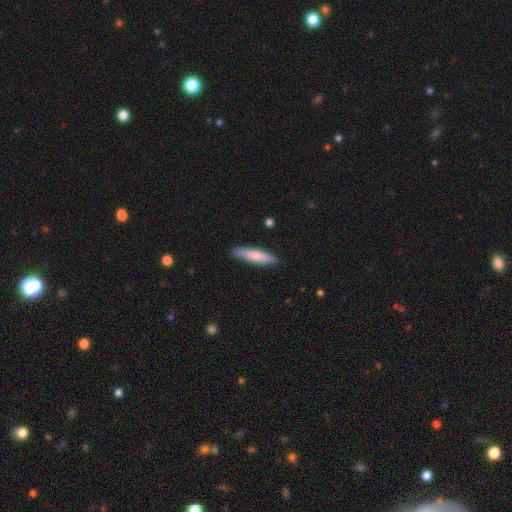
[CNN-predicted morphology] Smooth or featured?
  - smooth: 78% *
  - featured or disk: 17%
  - star or artifact: 5%
How rounded?
  - cigar-shaped: 78% *
  - in between: 21%
  - round: 1%
Merging?
  - none: 87% *
  - minor disturbance: 10%
  - major disturbance: 2%
  - merger: 1%